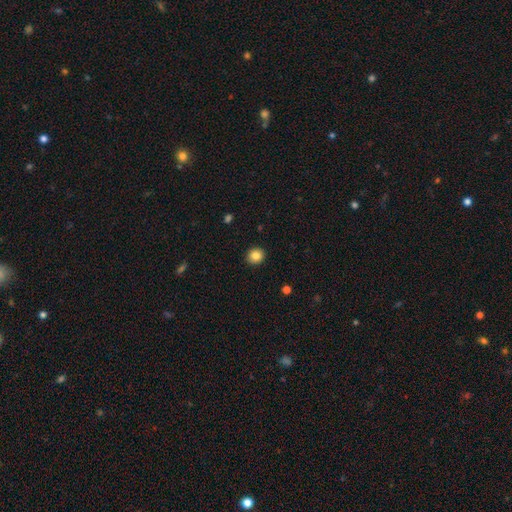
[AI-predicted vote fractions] The model was most divided on "how rounded": round: 83%, in between: 16%, cigar-shaped: 1%. More confident: merging — none (92%); smooth or featured — smooth (85%).